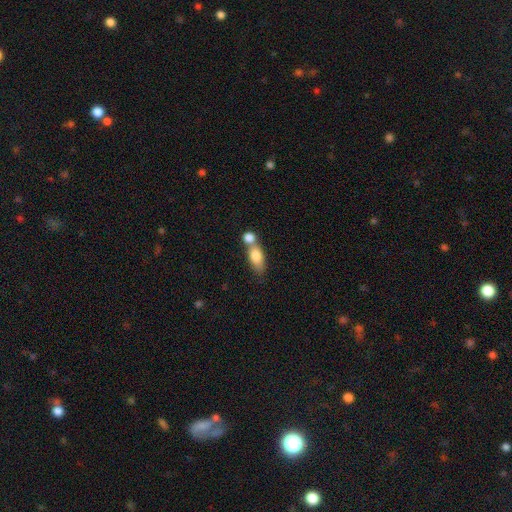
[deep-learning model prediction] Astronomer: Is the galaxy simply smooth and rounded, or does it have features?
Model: smooth — 79%.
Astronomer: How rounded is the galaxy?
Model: in between — 77%.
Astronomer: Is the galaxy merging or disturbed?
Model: merger — 59%.